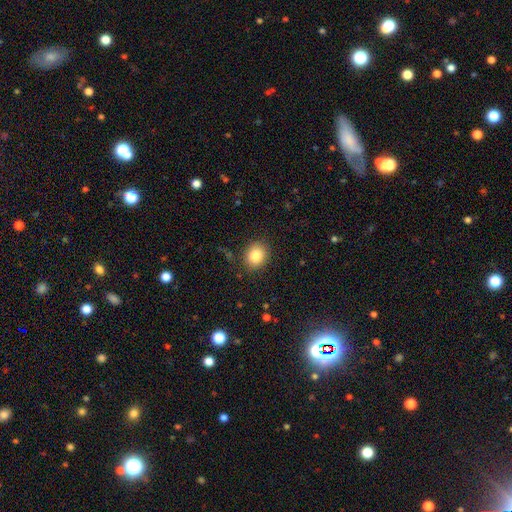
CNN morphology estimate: This is clearly a smooth galaxy (84%). How rounded: likely round (61%). Merging: clearly none (87%).